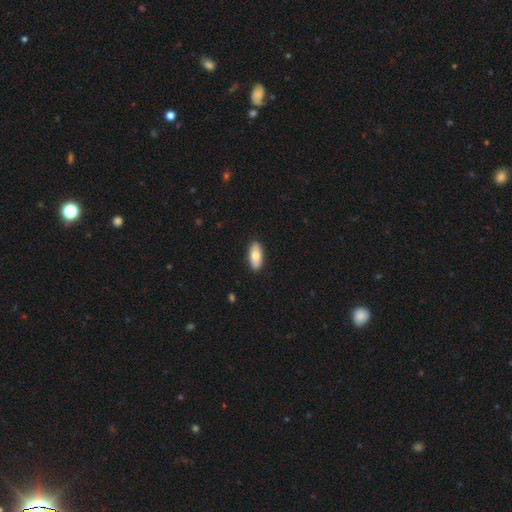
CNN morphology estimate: smooth-or-featured: smooth: 70% | featured or disk: 25% | star or artifact: 5%
  how-rounded: in between: 83% | cigar-shaped: 14% | round: 3%
  merging: none: 89% | minor disturbance: 8% | major disturbance: 2% | merger: 1%